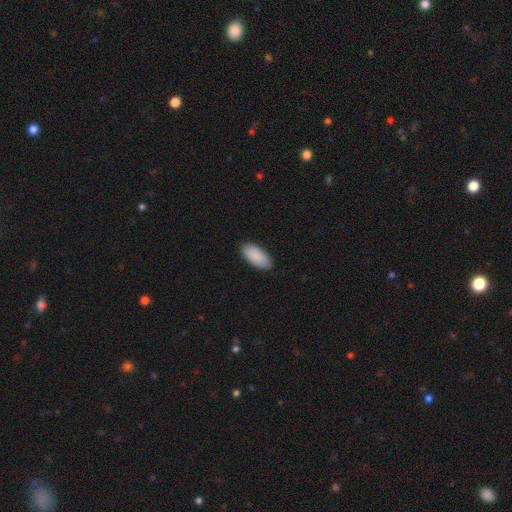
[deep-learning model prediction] Morphology: type=smooth (91%); roundness=in between (92%); merging=none (88%).